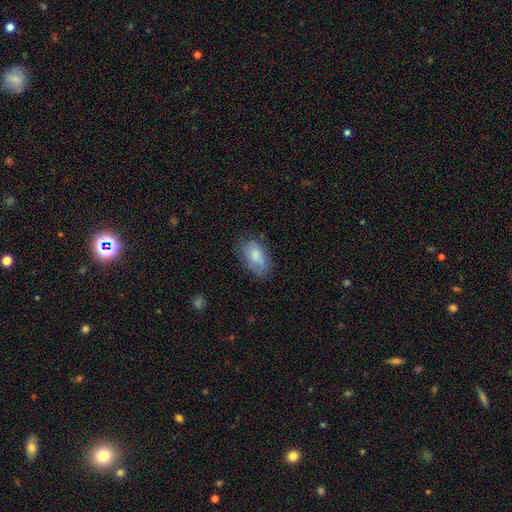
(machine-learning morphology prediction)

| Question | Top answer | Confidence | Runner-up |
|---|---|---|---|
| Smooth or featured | smooth | 79% | featured or disk (14%) |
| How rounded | in between | 92% | round (5%) |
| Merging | none | 68% | minor disturbance (23%) |